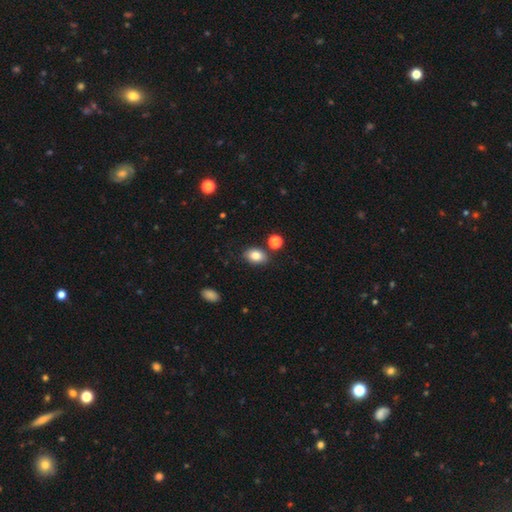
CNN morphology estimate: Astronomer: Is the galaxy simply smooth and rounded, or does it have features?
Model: smooth — 83%.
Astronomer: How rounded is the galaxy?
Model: in between — 81%.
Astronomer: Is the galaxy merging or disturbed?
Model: none — 79%.